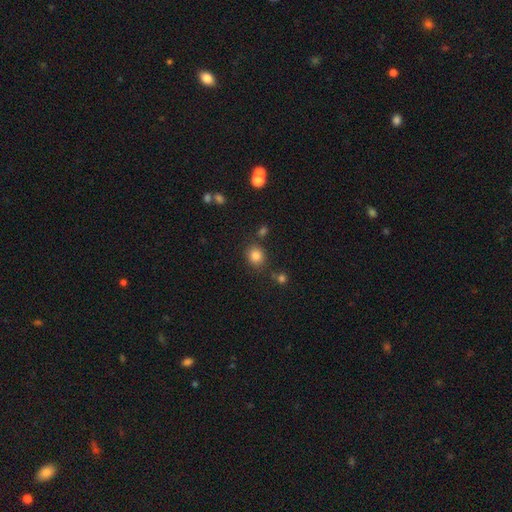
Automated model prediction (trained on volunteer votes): The model was most divided on "how rounded": round: 71%, in between: 28%, cigar-shaped: 1%. More confident: smooth or featured — smooth (83%); merging — none (79%).